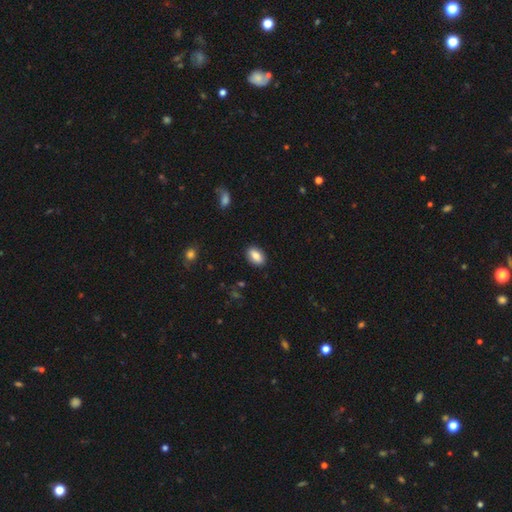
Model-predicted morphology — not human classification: smooth 85%, featured or disk 8%, star or artifact 7%. Down the decision tree: how rounded — in between (90%); merging — none (88%).